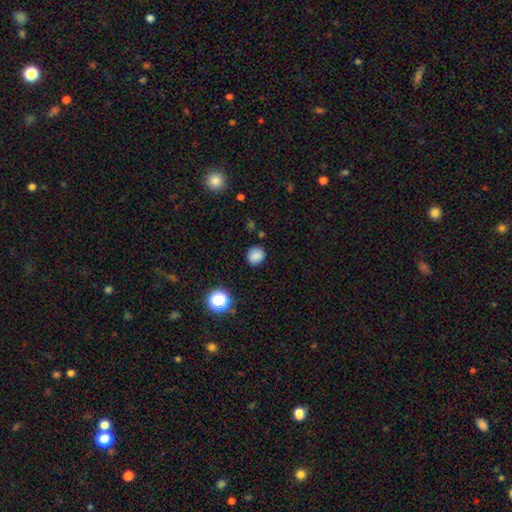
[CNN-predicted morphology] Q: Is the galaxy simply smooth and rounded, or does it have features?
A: smooth — 83%.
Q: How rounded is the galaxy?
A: round — 81%.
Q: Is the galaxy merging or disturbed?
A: none — 87%.